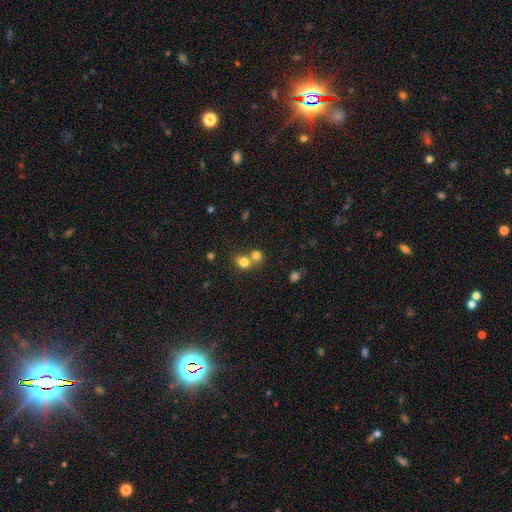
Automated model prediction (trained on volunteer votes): Smooth or featured: smooth — 78% (star or artifact — 13%)
How rounded: round — 63% (in between — 36%)
Merging: merger — 54% (none — 36%)